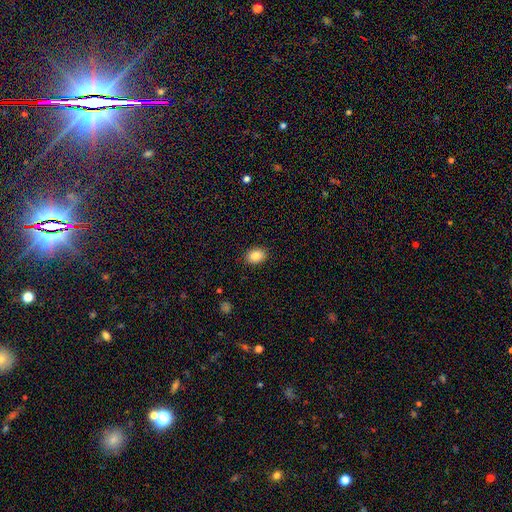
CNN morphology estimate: This is clearly a smooth galaxy (86%). How rounded: likely in between (68%). Merging: clearly none (89%).